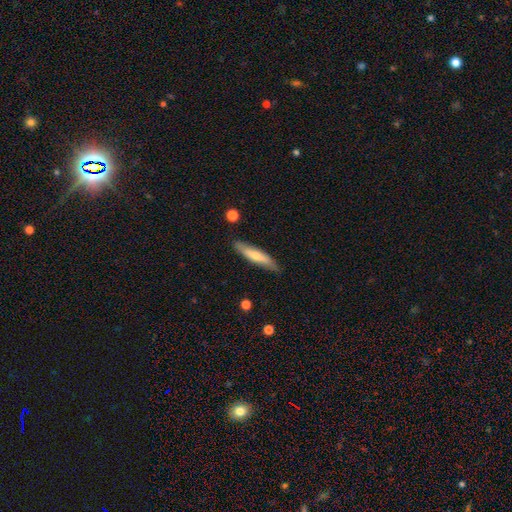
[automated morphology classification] Smooth or featured: smooth — 59% (featured or disk — 35%)
How rounded: cigar-shaped — 83% (in between — 16%)
Merging: none — 83% (minor disturbance — 13%)